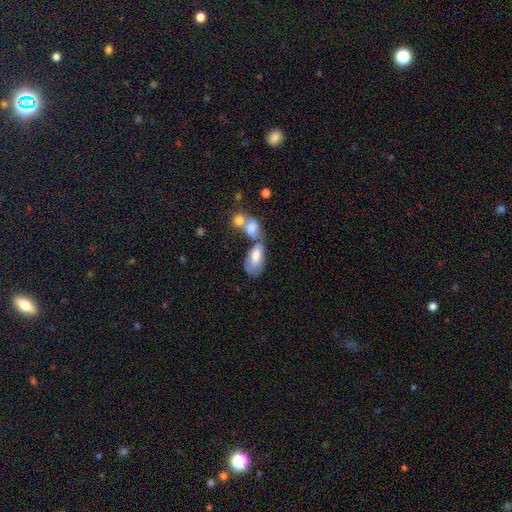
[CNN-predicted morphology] smooth_or_featured: smooth (p=0.68) [alt: featured or disk p=0.24]
how_rounded: in between (p=0.90) [alt: cigar-shaped p=0.06]
merging: merger (p=0.51) [alt: none p=0.23]